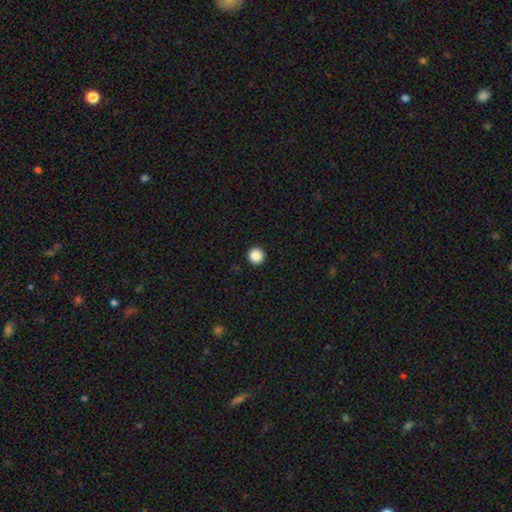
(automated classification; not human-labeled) smooth_or_featured: smooth (p=0.88) [alt: star or artifact p=0.10]
how_rounded: round (p=0.96) [alt: in between p=0.03]
merging: none (p=0.94) [alt: minor disturbance p=0.04]